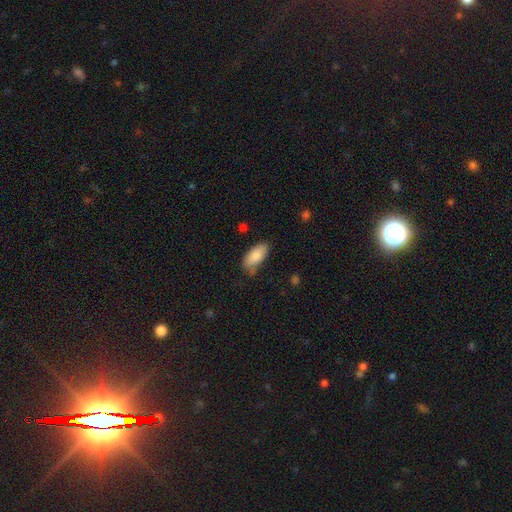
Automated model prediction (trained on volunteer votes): smooth-or-featured: smooth: 85% | featured or disk: 9% | star or artifact: 6%
  how-rounded: in between: 88% | cigar-shaped: 10% | round: 2%
  merging: none: 70% | minor disturbance: 23% | major disturbance: 5% | merger: 3%